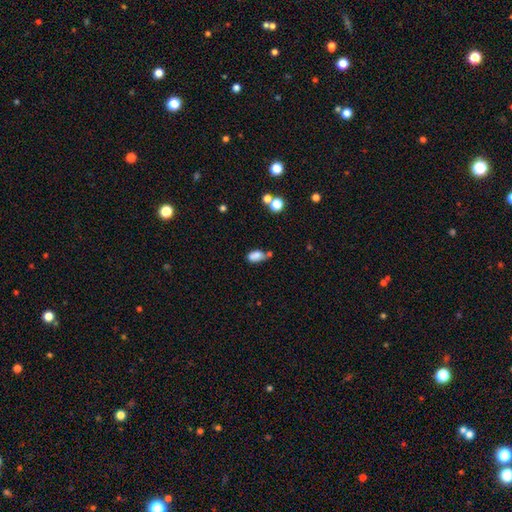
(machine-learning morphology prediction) A smooth galaxy with no disk features (81%) that is in between round and cigar-shaped (88%). Merging: none (44%).